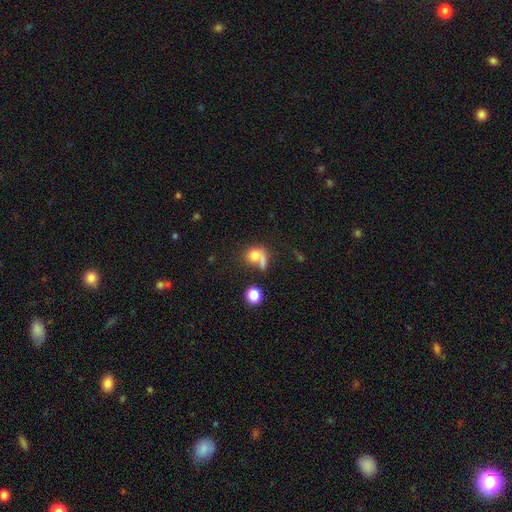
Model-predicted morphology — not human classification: Smooth or featured: smooth — 71% (featured or disk — 18%)
How rounded: round — 65% (in between — 33%)
Merging: none — 35% (merger — 34%)